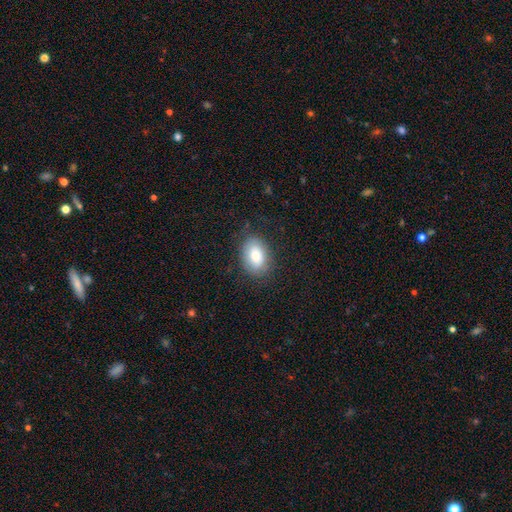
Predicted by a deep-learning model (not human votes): A smooth galaxy with no disk features (82%) that is in between round and cigar-shaped (87%).

Vote fractions:
- Smooth or featured? smooth: 82% / featured or disk: 11% / star or artifact: 7%
- How rounded? in between: 87% / round: 12% / cigar-shaped: 1%
- Merging? none: 78% / minor disturbance: 16% / major disturbance: 5% / merger: 1%